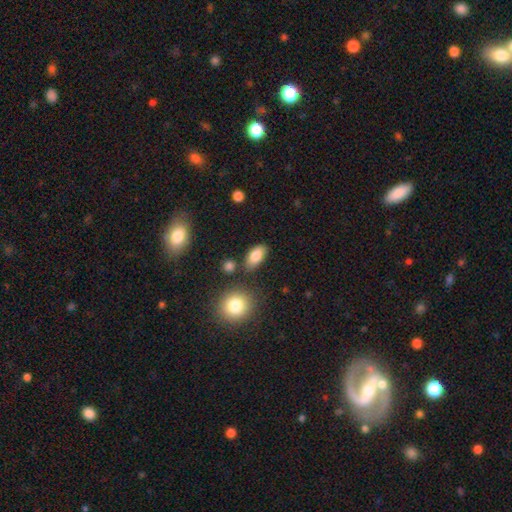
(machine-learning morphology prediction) Smooth or featured? smooth (84%)
How rounded? in between (89%)
Merging? none (78%)